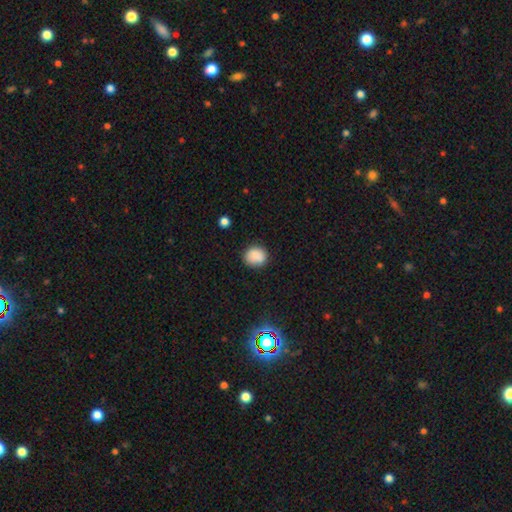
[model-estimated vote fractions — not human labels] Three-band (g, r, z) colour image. It shows a smooth galaxy with no disk features (84%) that is round (70%). Merging: none (77%).